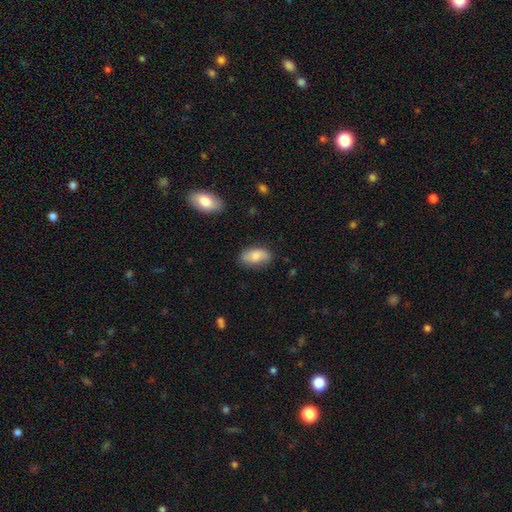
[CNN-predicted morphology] Q: Smooth or featured?
A: smooth (78%); runner-up: featured or disk (15%)
Q: How rounded?
A: in between (93%); runner-up: round (4%)
Q: Merging?
A: none (78%); runner-up: minor disturbance (17%)